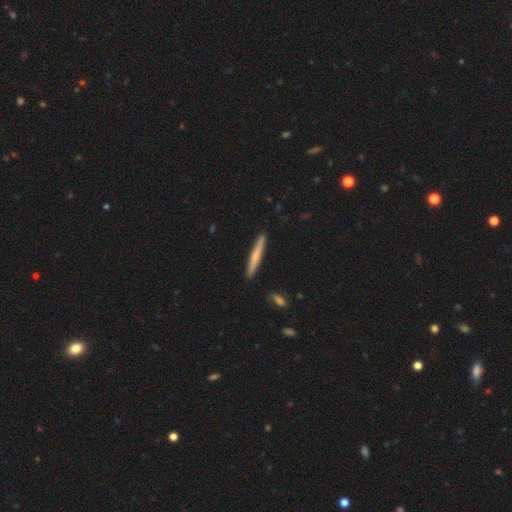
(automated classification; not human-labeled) This appears to be a smooth galaxy with no disk features (57%) that is cigar-shaped (96%). Merging: none (91%).